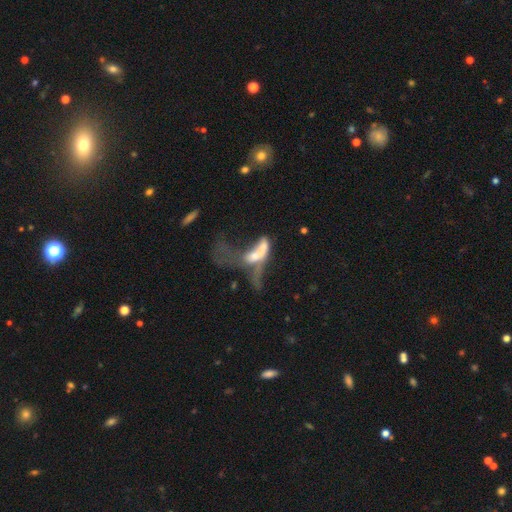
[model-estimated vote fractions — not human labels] This is possibly a featured or disk galaxy (49%). Merging: possibly major disturbance (45%).